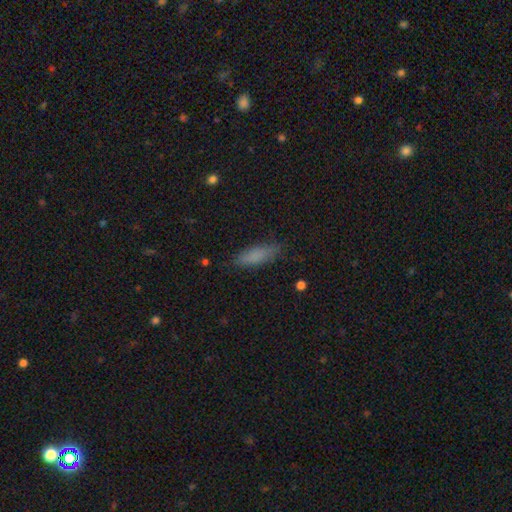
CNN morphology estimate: Overall: smooth (82%). How rounded: cigar-shaped (52%; in between 47%). Merging: none (82%).